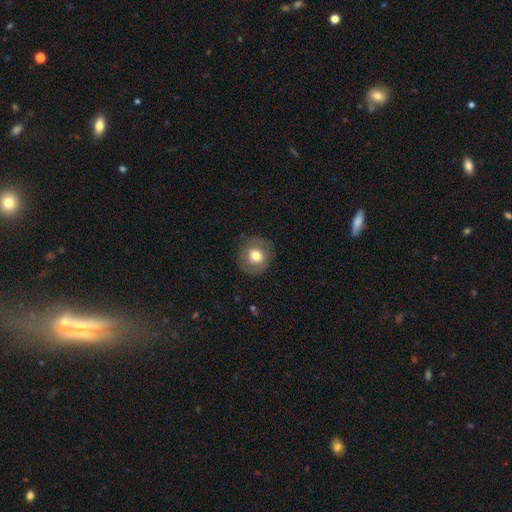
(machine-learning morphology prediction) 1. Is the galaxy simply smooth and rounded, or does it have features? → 69% smooth, 22% featured or disk, 8% star or artifact.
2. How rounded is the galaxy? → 88% round, 11% in between, 1% cigar-shaped.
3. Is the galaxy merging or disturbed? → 85% none, 10% minor disturbance, 4% major disturbance, 1% merger.